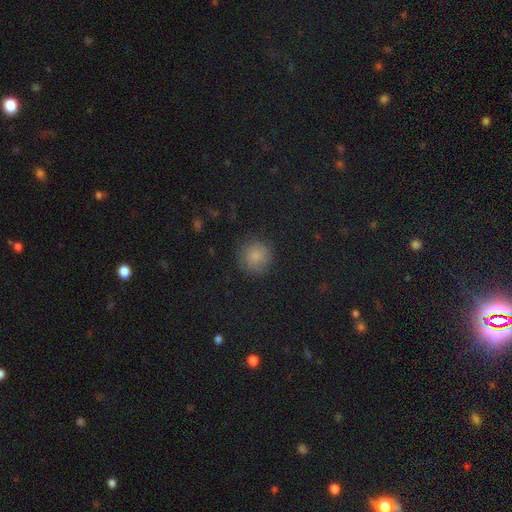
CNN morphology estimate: smooth 79%, star or artifact 13%, featured or disk 8%. Down the decision tree: how rounded — round (94%); merging — none (84%).